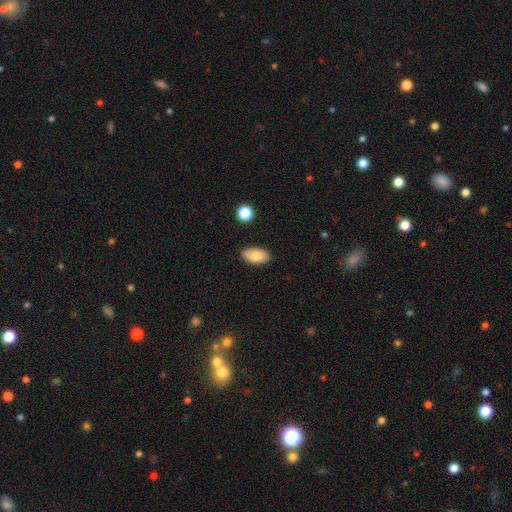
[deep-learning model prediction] Smooth or featured? smooth (79%)
How rounded? in between (93%)
Merging? none (84%)